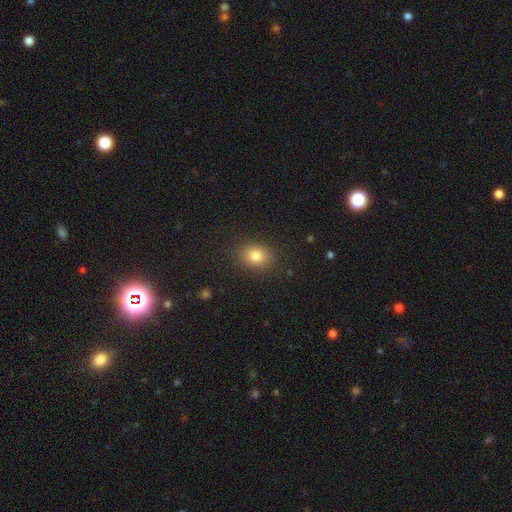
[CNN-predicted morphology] smooth-or-featured: smooth: 81% | star or artifact: 11% | featured or disk: 8%
  how-rounded: in between: 61% | round: 38% | cigar-shaped: 1%
  merging: none: 87% | minor disturbance: 9% | major disturbance: 3% | merger: 1%